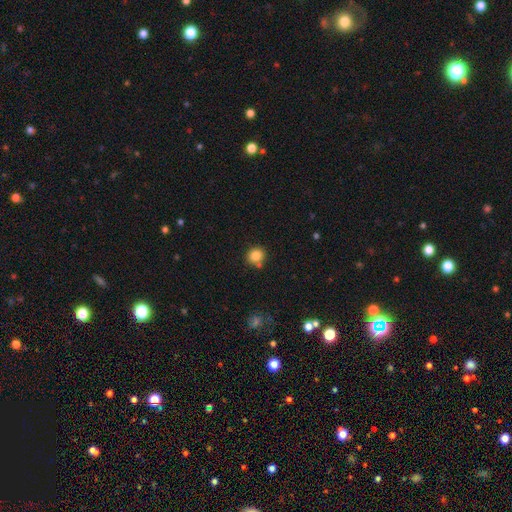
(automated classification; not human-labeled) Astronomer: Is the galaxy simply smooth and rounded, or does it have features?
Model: smooth — 84%.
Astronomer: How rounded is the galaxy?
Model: round — 85%.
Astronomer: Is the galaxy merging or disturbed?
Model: none — 73%.